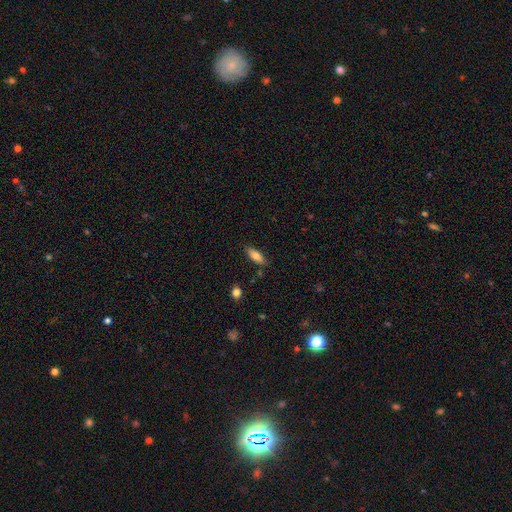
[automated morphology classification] smooth 80%, featured or disk 12%, star or artifact 7%. Down the decision tree: how rounded — in between (72%); merging — none (83%).